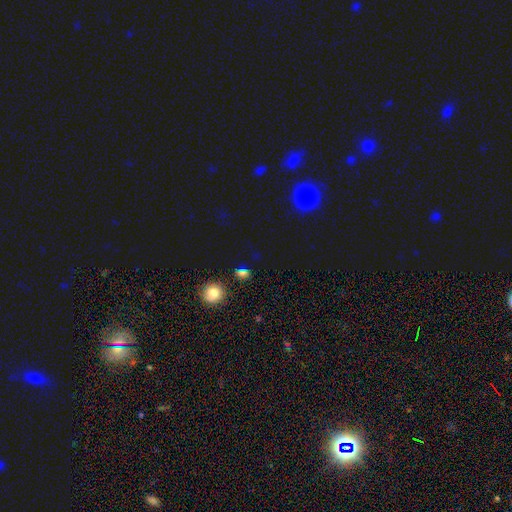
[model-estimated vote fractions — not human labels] This is possibly a smooth galaxy (52%). How rounded: possibly round (49%). Merging: likely none (78%).